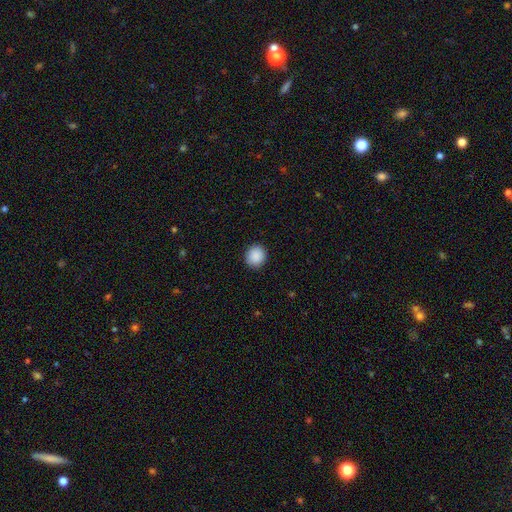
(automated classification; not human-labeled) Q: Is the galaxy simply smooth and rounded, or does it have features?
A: smooth — 90%.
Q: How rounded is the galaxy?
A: round — 87%.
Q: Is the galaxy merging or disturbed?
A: none — 91%.